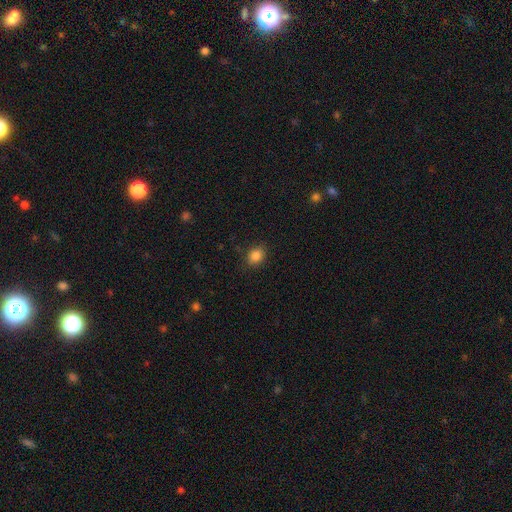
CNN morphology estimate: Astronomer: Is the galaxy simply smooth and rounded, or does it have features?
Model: smooth — 85%.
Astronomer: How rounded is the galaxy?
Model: in between — 53% (runner-up: round, 46%).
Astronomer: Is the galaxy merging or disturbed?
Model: none — 86%.